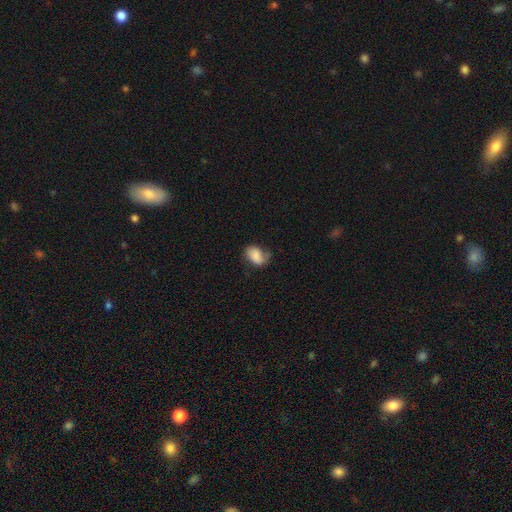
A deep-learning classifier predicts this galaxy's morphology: type=smooth (77%); roundness=in between (81%); merging=none (48%).